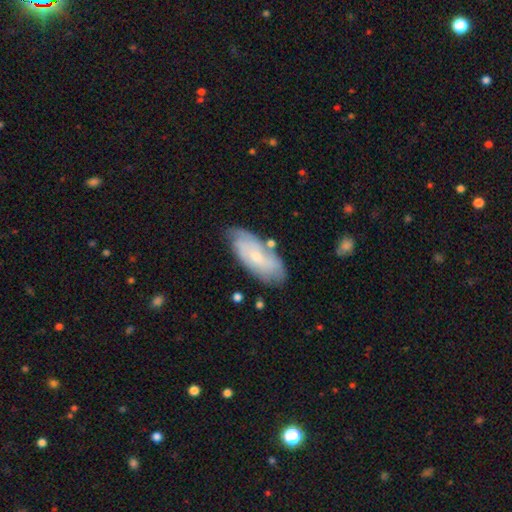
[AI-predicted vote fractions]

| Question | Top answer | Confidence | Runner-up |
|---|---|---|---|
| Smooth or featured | featured or disk | 53% | smooth (40%) |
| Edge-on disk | no | 88% | yes (12%) |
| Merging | none | 67% | minor disturbance (23%) |